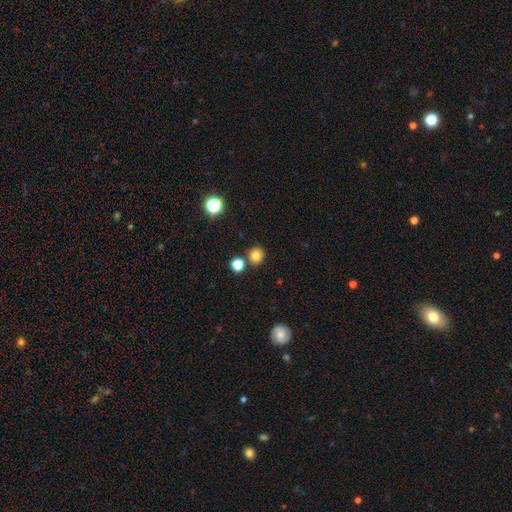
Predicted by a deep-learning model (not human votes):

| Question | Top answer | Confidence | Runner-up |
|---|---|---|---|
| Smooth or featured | smooth | 80% | star or artifact (14%) |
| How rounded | round | 87% | in between (12%) |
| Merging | none | 80% | merger (10%) |